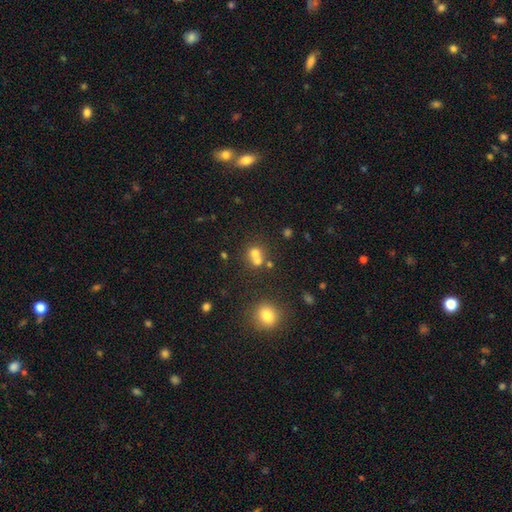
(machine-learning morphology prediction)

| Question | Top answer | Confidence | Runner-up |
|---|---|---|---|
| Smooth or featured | smooth | 66% | star or artifact (17%) |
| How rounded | round | 78% | in between (21%) |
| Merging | merger | 53% | none (37%) |